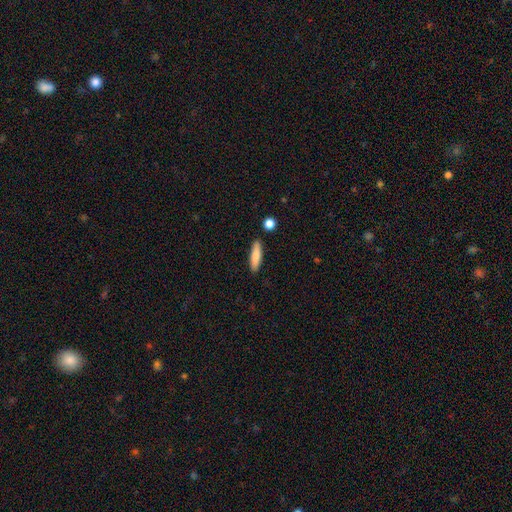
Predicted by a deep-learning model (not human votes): Overall: smooth (81%). How rounded: cigar-shaped (71%). Merging: none (87%).